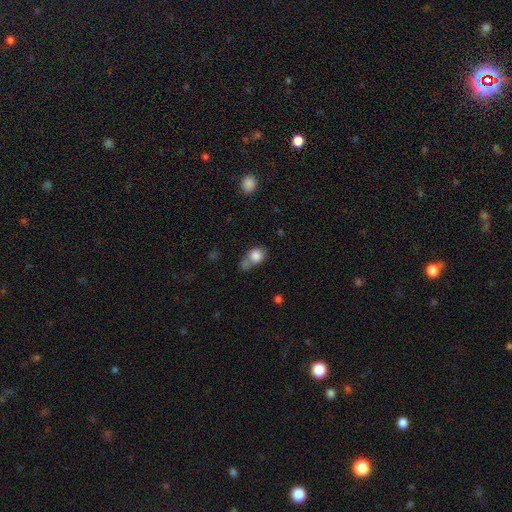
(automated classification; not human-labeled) The model was most divided on "merging": merger: 39%, none: 37%, minor disturbance: 16%, major disturbance: 8%. More confident: smooth or featured — smooth (81%); how rounded — round (55%).